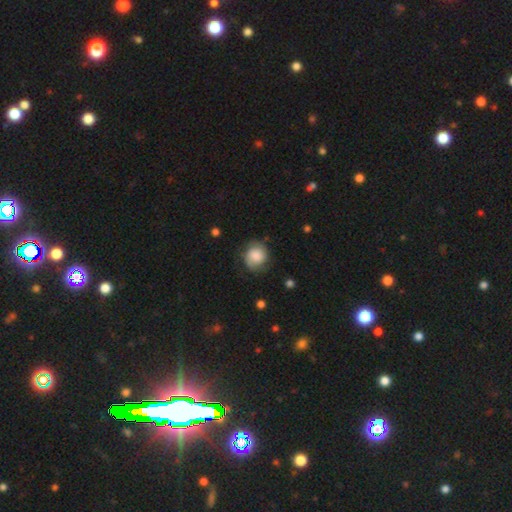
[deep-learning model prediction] Smooth or featured?
  - smooth: 73% *
  - featured or disk: 19%
  - star or artifact: 8%
How rounded?
  - round: 83% *
  - in between: 16%
  - cigar-shaped: 1%
Merging?
  - none: 69% *
  - minor disturbance: 22%
  - major disturbance: 8%
  - merger: 2%